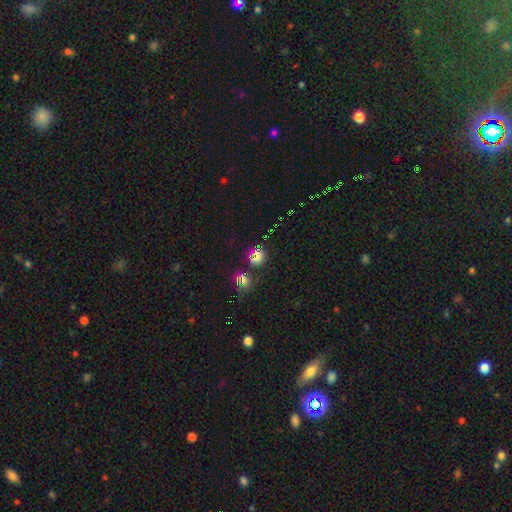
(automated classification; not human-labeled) Smooth or featured? Predicted: star or artifact (p=0.63).